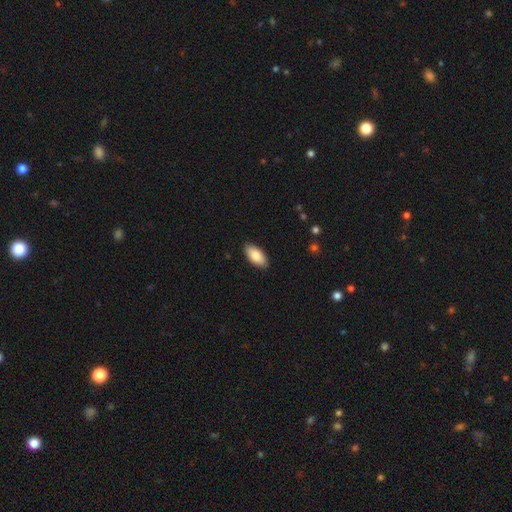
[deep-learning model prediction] A smooth galaxy with no disk features (84%) that is in between round and cigar-shaped (92%).

Vote fractions:
- Smooth or featured? smooth: 84% / featured or disk: 10% / star or artifact: 6%
- How rounded? in between: 92% / cigar-shaped: 6% / round: 2%
- Merging? none: 90% / minor disturbance: 8% / major disturbance: 2% / merger: 1%